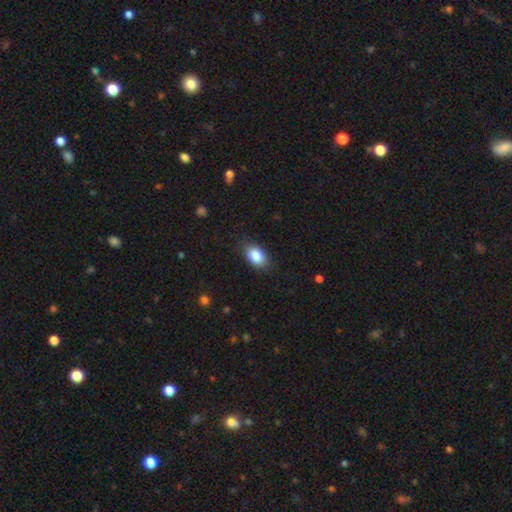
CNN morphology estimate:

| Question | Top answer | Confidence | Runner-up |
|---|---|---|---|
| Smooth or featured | smooth | 86% | star or artifact (7%) |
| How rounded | in between | 88% | round (10%) |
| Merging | none | 84% | minor disturbance (13%) |